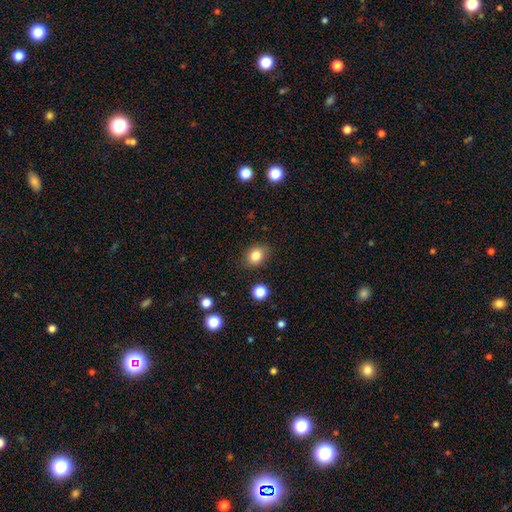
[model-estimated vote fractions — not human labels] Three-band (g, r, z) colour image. It shows a smooth galaxy with no disk features (82%) that is round (55%). Merging: none (85%).